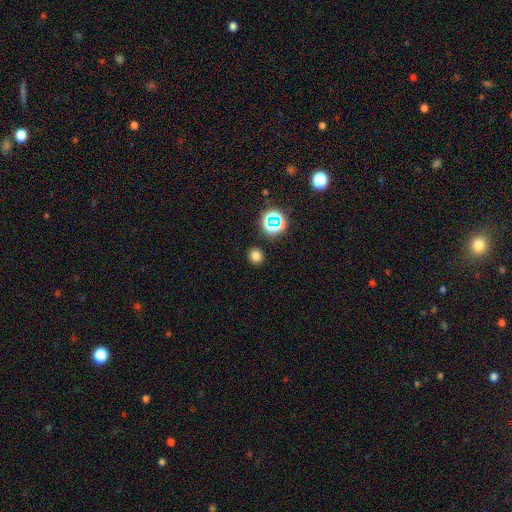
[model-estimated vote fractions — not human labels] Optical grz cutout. It shows a smooth galaxy with no disk features (75%) that is round (85%). Merging: none (90%).